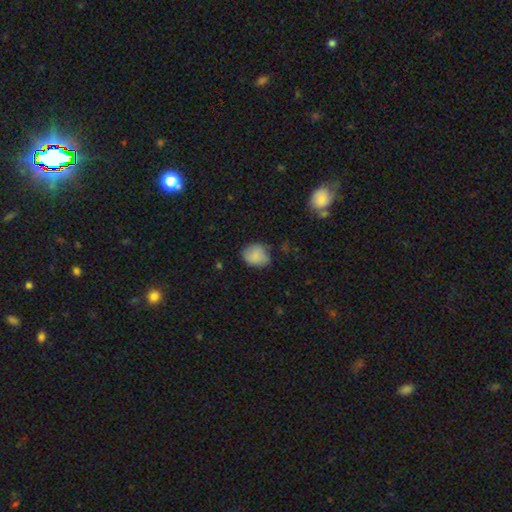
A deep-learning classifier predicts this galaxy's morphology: smooth-or-featured: smooth: 82% | featured or disk: 10% | star or artifact: 8%
  how-rounded: round: 58% | in between: 41% | cigar-shaped: 1%
  merging: none: 67% | minor disturbance: 25% | major disturbance: 6% | merger: 2%